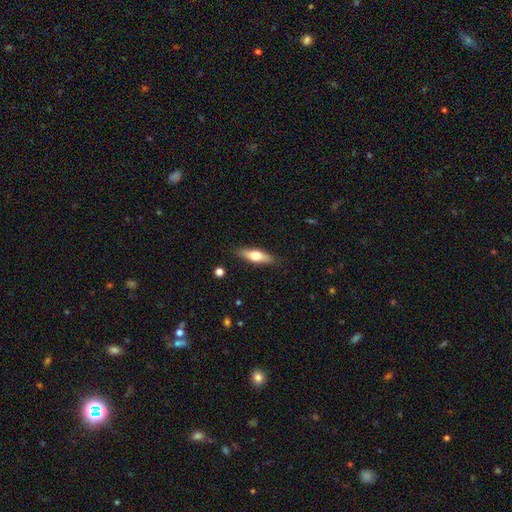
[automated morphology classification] A smooth galaxy with no disk features (60%) that is cigar-shaped (52%). Merging: none (87%).